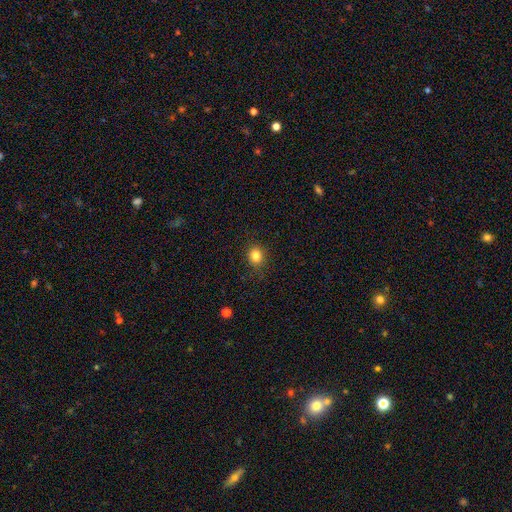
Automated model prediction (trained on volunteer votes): Q: Smooth or featured?
A: smooth (83%); runner-up: star or artifact (12%)
Q: How rounded?
A: round (72%); runner-up: in between (27%)
Q: Merging?
A: none (88%); runner-up: minor disturbance (8%)